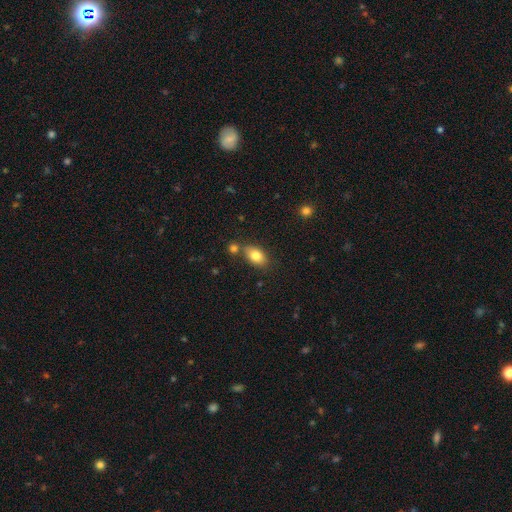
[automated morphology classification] A smooth galaxy with no disk features (81%) that is in between round and cigar-shaped (87%). Merging: none (68%).